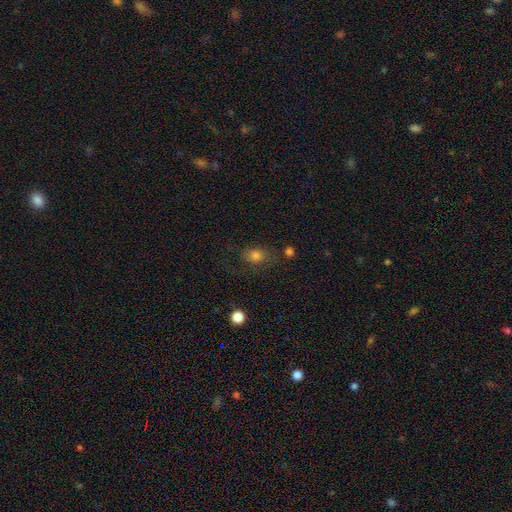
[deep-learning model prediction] smooth_or_featured: smooth (p=0.78) [alt: star or artifact p=0.13]
how_rounded: in between (p=0.60) [alt: round p=0.38]
merging: none (p=0.65) [alt: minor disturbance p=0.19]